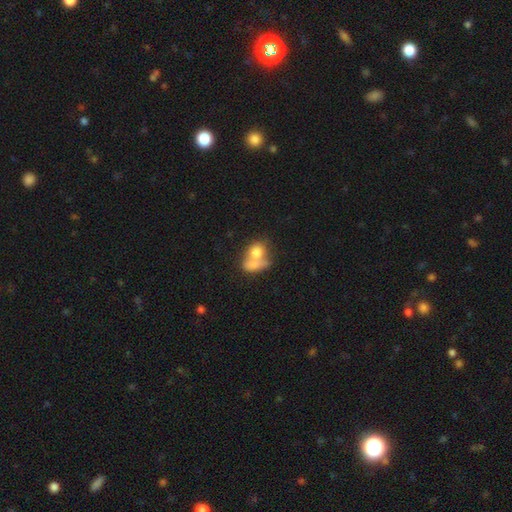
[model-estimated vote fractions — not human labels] Smooth or featured? smooth (75%)
How rounded? in between (51%)
Merging? merger (66%)